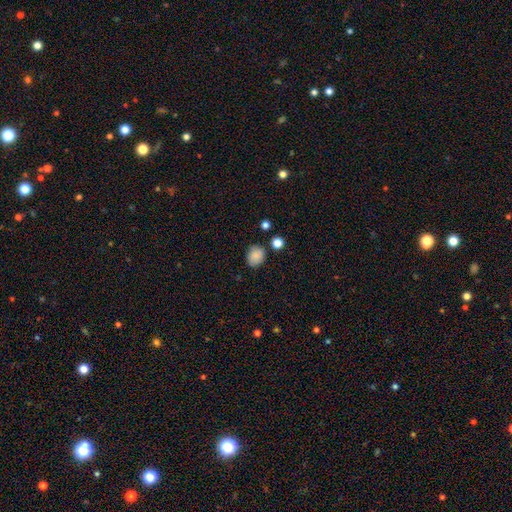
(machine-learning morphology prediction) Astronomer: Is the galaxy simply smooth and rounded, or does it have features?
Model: smooth — 85%.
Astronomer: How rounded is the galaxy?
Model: round — 57% (runner-up: in between, 42%).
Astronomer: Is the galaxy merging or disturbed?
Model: none — 79%.